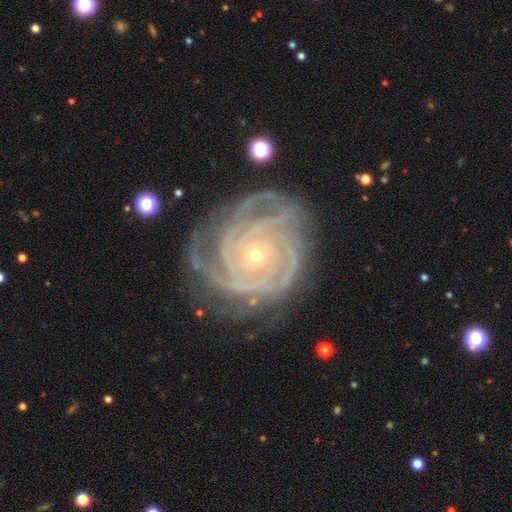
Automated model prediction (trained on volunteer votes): Overall: featured or disk (92%). Edge-on disk: no (98%). Bar: no (80%). Spiral arms: yes (98%). Spiral arm count: 4 (30%; 3 25%). Spiral winding: tight (78%). Bulge size: small (79%). Merging: none (70%).